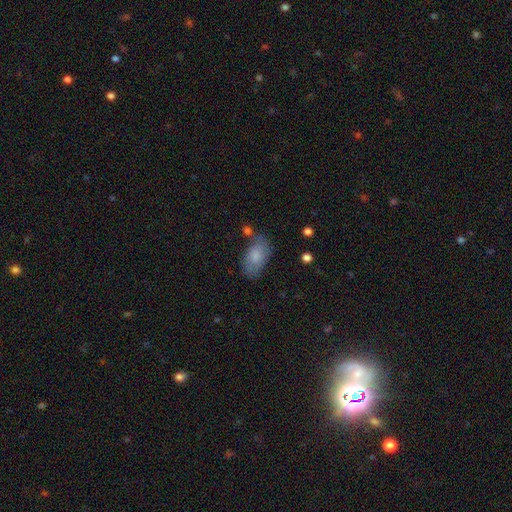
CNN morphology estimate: smooth_or_featured: smooth (p=0.73) [alt: featured or disk p=0.20]
how_rounded: in between (p=0.93) [alt: round p=0.04]
merging: none (p=0.61) [alt: minor disturbance p=0.24]